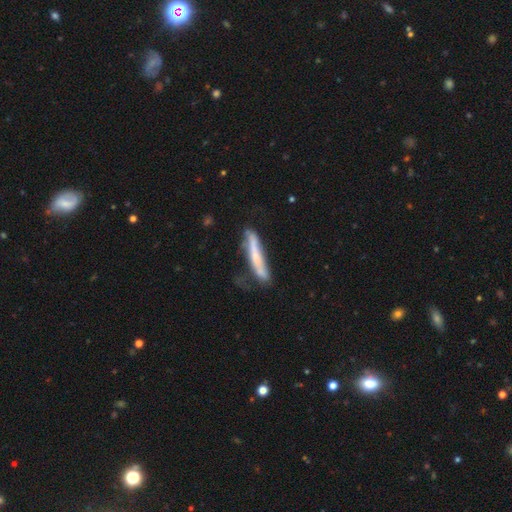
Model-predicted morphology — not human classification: Overall: smooth (48%; featured or disk 46%). Merging: none (54%; minor disturbance 29%).